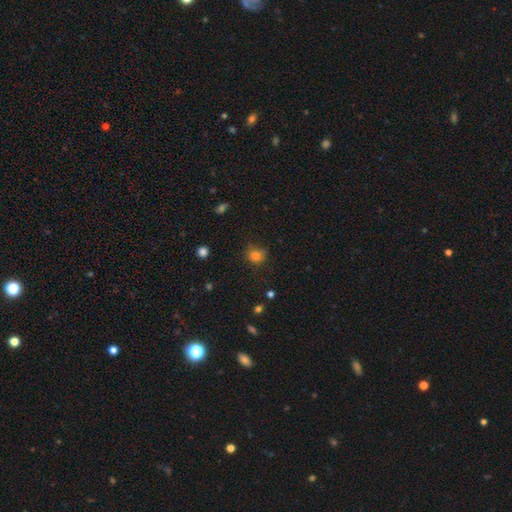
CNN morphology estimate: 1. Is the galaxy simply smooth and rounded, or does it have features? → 78% smooth, 14% star or artifact, 8% featured or disk.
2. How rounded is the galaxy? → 72% round, 27% in between, 1% cigar-shaped.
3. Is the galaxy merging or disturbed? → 58% none, 29% minor disturbance, 10% major disturbance, 3% merger.